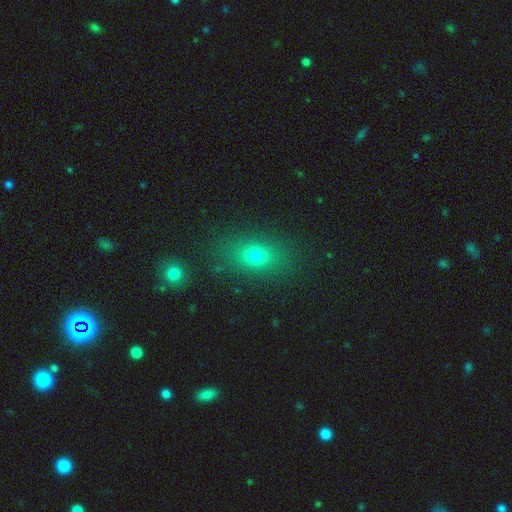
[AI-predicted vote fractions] Smooth or featured?
  - smooth: 71% *
  - star or artifact: 16%
  - featured or disk: 12%
How rounded?
  - in between: 70% *
  - round: 24%
  - cigar-shaped: 6%
Merging?
  - none: 82% *
  - minor disturbance: 11%
  - major disturbance: 4%
  - merger: 3%